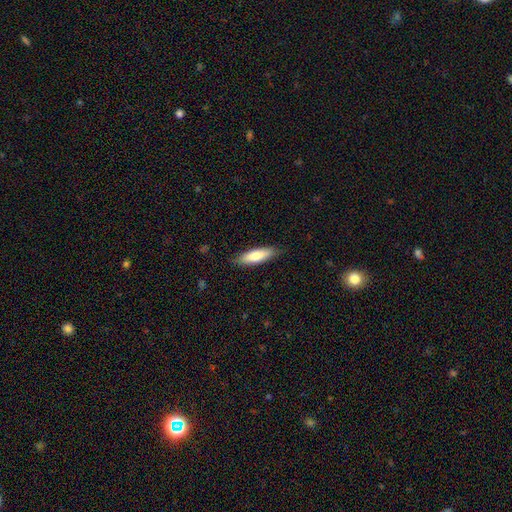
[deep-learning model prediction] The model was most divided on "how rounded": cigar-shaped: 55%, in between: 43%, round: 2%. More confident: merging — none (85%); smooth or featured — smooth (75%).